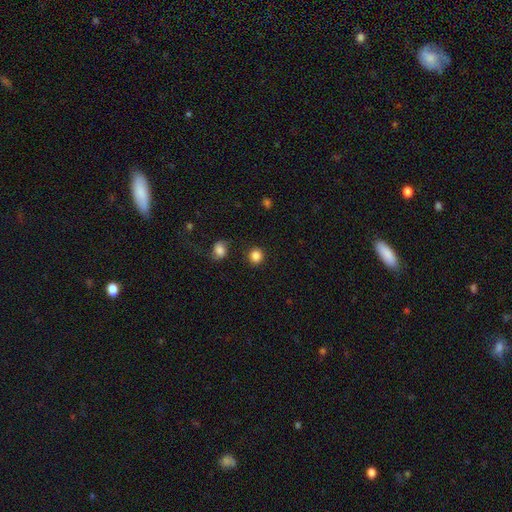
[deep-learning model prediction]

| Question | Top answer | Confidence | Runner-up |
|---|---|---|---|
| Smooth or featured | smooth | 86% | star or artifact (10%) |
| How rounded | round | 87% | in between (12%) |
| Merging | none | 86% | minor disturbance (8%) |